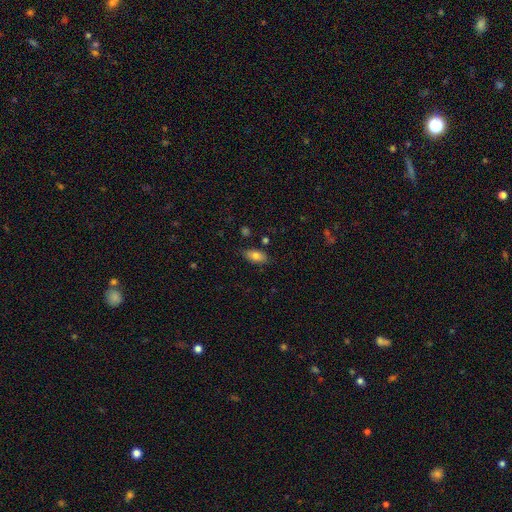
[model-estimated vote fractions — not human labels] The model was most divided on "smooth or featured": smooth: 78%, featured or disk: 14%, star or artifact: 8%. More confident: how rounded — in between (90%); merging — none (83%).